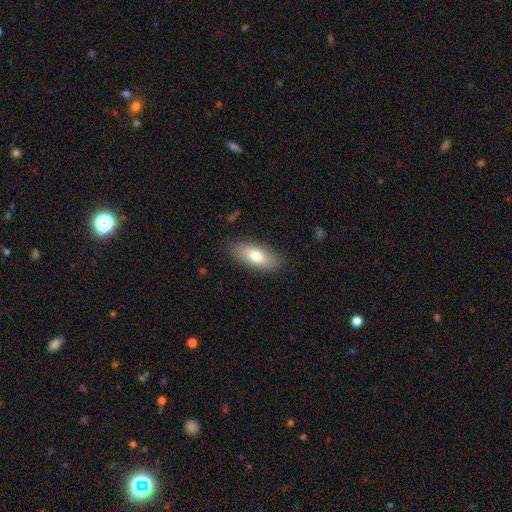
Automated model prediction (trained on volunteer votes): A smooth galaxy with no disk features (73%) that is in between round and cigar-shaped (80%).

Vote fractions:
- Smooth or featured? smooth: 73% / featured or disk: 20% / star or artifact: 7%
- How rounded? in between: 80% / cigar-shaped: 17% / round: 3%
- Merging? none: 85% / minor disturbance: 11% / major disturbance: 3% / merger: 1%